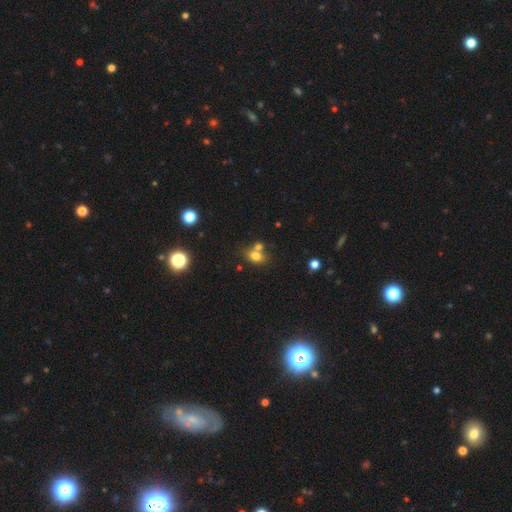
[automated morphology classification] Smooth or featured? Predicted: smooth (p=0.74). How rounded? Predicted: in between (p=0.65). Merging? Predicted: none (p=0.48).